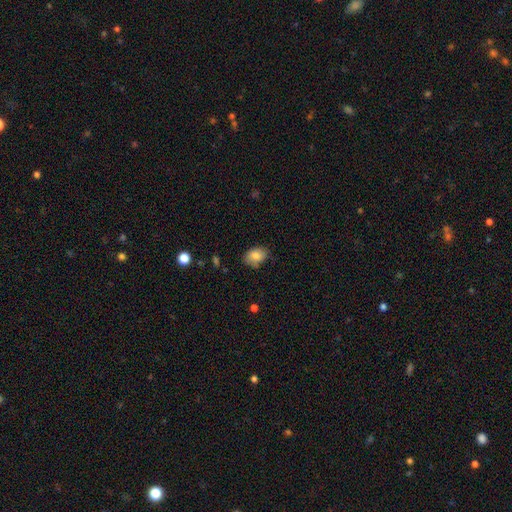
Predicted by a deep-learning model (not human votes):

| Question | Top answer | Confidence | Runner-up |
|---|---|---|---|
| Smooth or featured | smooth | 83% | featured or disk (9%) |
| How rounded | in between | 78% | round (21%) |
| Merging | none | 74% | minor disturbance (21%) |